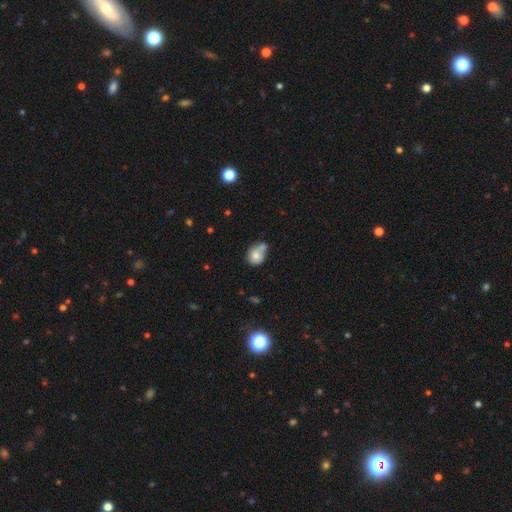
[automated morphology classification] Smooth or featured?
  - smooth: 73% *
  - featured or disk: 17%
  - star or artifact: 9%
How rounded?
  - round: 56% *
  - in between: 42%
  - cigar-shaped: 1%
Merging?
  - none: 36% *
  - merger: 34%
  - minor disturbance: 22%
  - major disturbance: 8%